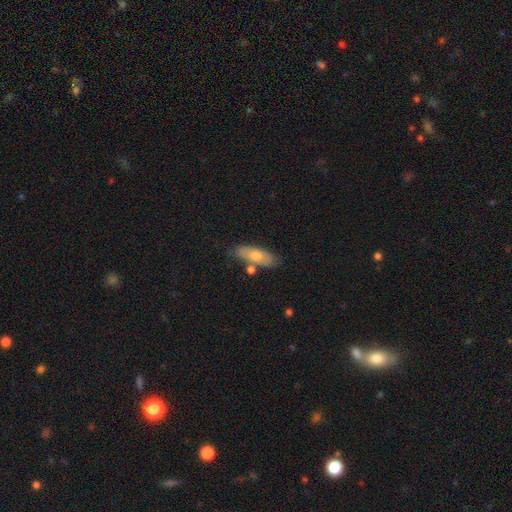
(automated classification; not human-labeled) Q: Smooth or featured?
A: smooth (64%); runner-up: featured or disk (30%)
Q: How rounded?
A: in between (66%); runner-up: cigar-shaped (31%)
Q: Merging?
A: none (72%); runner-up: minor disturbance (15%)